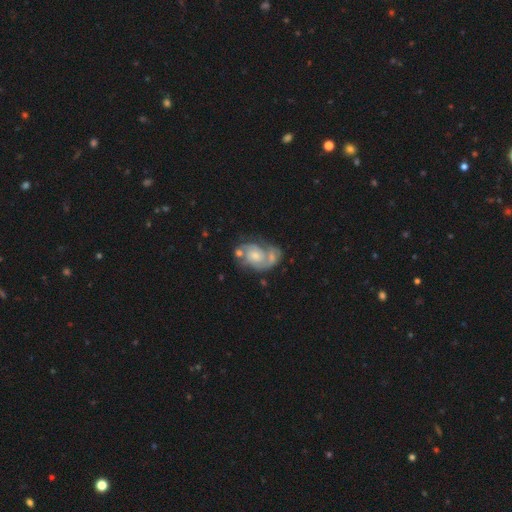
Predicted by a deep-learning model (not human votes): Morphology: type=featured or disk (78%); edge-on=no (98%); bar=no (73%); spiral arms=yes (90%); winding=medium (44%); arm count=2 (67%); bulge=small (44%); merging=none (39%).